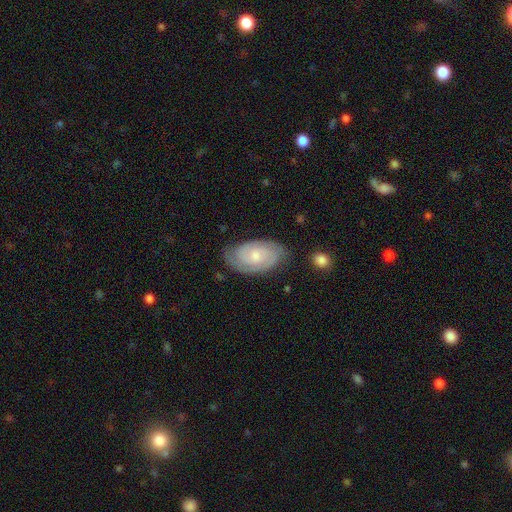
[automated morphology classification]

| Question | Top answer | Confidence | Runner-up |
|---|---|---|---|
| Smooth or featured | featured or disk | 73% | smooth (21%) |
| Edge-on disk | no | 96% | yes (4%) |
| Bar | no | 66% | weak (30%) |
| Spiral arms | yes | 94% | no (6%) |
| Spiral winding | tight | 67% | medium (27%) |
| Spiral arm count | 2 | 59% | can't tell (22%) |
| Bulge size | small | 55% | moderate (38%) |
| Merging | none | 76% | minor disturbance (18%) |